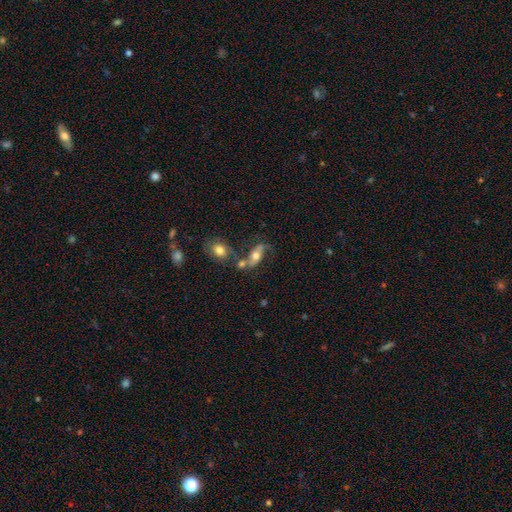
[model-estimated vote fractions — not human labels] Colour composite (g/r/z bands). It shows a smooth galaxy with no disk features (48%). Merging: none (43%).